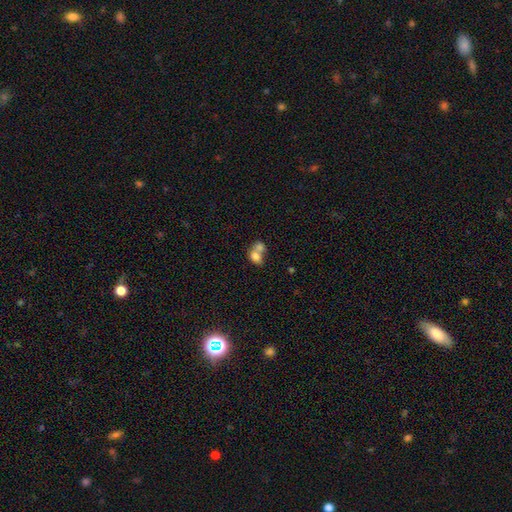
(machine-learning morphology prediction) smooth_or_featured: smooth (p=0.74) [alt: featured or disk p=0.16]
how_rounded: in between (p=0.63) [alt: round p=0.36]
merging: merger (p=0.72) [alt: none p=0.19]